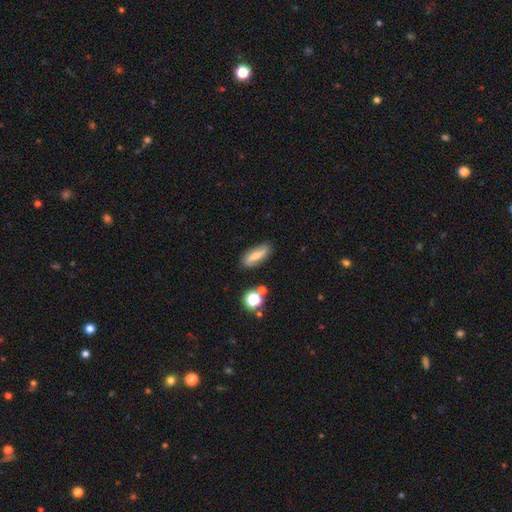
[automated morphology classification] A smooth galaxy with no disk features (52%) that is in between round and cigar-shaped (52%). Merging: none (81%).